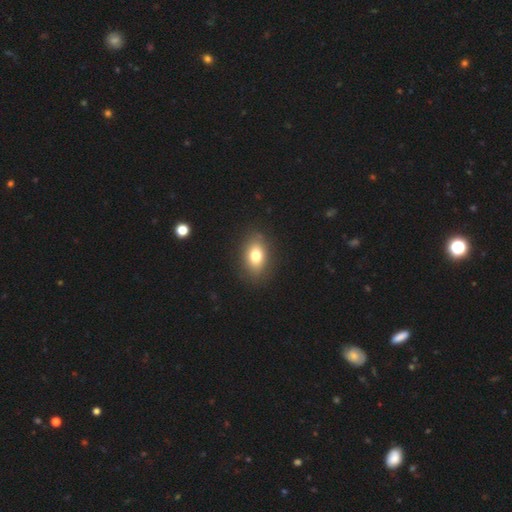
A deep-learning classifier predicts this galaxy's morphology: Smooth or featured?
  - smooth: 76% *
  - featured or disk: 15%
  - star or artifact: 9%
How rounded?
  - in between: 81% *
  - round: 17%
  - cigar-shaped: 2%
Merging?
  - none: 86% *
  - minor disturbance: 10%
  - major disturbance: 3%
  - merger: 1%